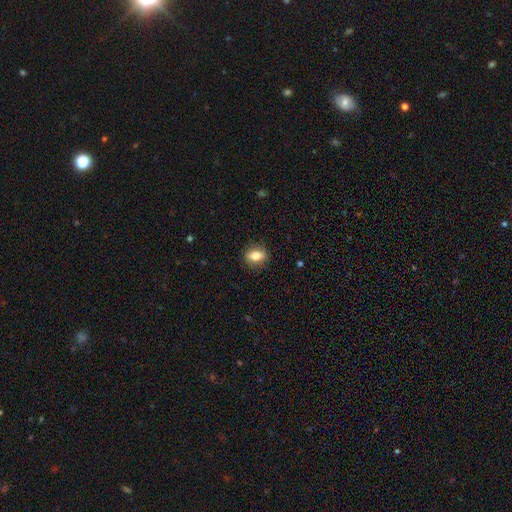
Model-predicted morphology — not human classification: Overall: smooth (78%). How rounded: in between (67%; round 29%). Merging: none (85%).